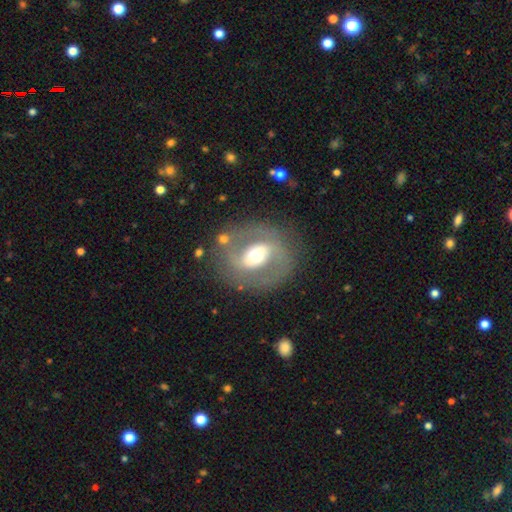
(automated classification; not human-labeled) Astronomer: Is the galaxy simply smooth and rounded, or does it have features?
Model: featured or disk — 64%.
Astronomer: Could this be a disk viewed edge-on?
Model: no — 95%.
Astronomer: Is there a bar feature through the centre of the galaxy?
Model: weak — 36% (runner-up: no, 34%).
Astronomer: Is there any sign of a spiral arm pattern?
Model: no — 53% (runner-up: yes, 47%).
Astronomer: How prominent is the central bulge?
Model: moderate — 62%.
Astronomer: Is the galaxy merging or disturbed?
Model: none — 76%.